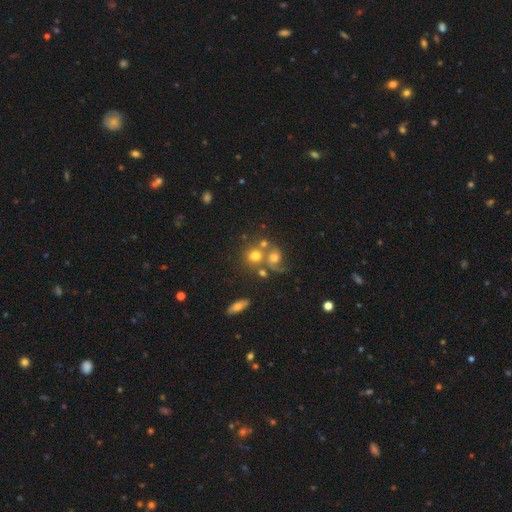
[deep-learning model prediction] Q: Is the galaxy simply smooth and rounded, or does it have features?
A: smooth — 59%.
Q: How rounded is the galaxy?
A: round — 77%.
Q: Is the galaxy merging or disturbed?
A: merger — 41%.